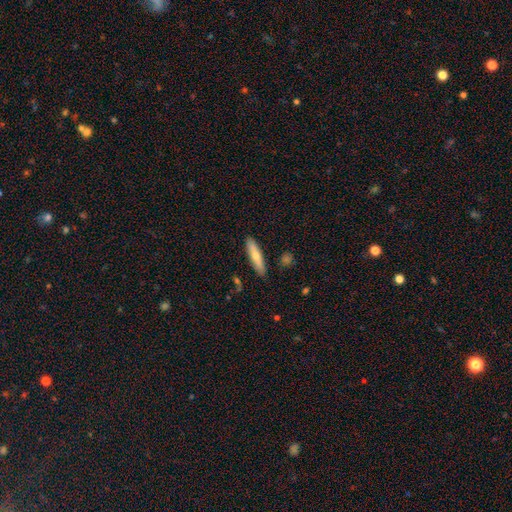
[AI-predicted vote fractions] A smooth galaxy with no disk features (66%) that is cigar-shaped (80%).

Vote fractions:
- Smooth or featured? smooth: 66% / featured or disk: 28% / star or artifact: 6%
- How rounded? cigar-shaped: 80% / in between: 19% / round: 2%
- Merging? none: 88% / minor disturbance: 9% / major disturbance: 2% / merger: 2%